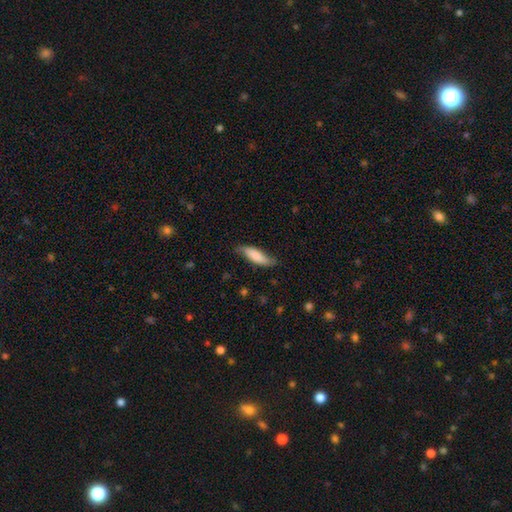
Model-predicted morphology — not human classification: smooth_or_featured: smooth (p=0.71) [alt: featured or disk p=0.24]
how_rounded: cigar-shaped (p=0.53) [alt: in between p=0.45]
merging: none (p=0.68) [alt: minor disturbance p=0.25]